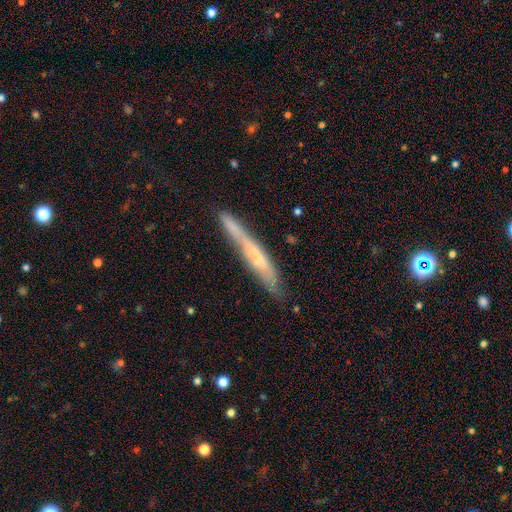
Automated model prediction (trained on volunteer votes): Morphology: type=smooth (47%); merging=none (65%).